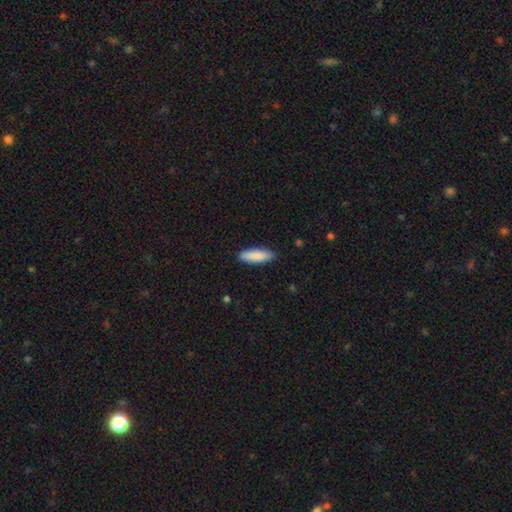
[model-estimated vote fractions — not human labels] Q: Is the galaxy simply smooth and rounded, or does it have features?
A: smooth — 87%.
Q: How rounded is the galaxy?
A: cigar-shaped — 56%.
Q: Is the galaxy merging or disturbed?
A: none — 87%.